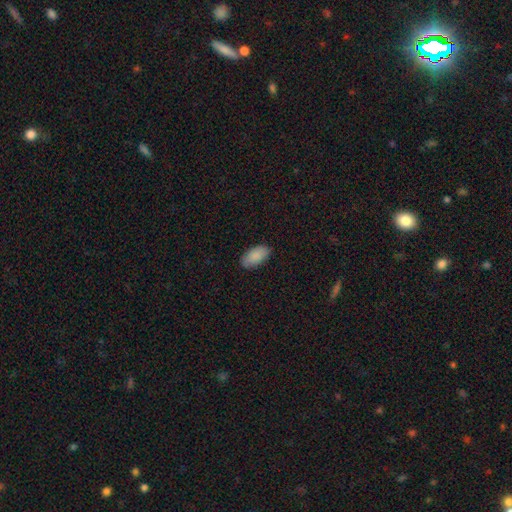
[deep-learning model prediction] Q: Smooth or featured?
A: smooth (89%); runner-up: star or artifact (6%)
Q: How rounded?
A: in between (94%); runner-up: cigar-shaped (3%)
Q: Merging?
A: none (87%); runner-up: minor disturbance (10%)